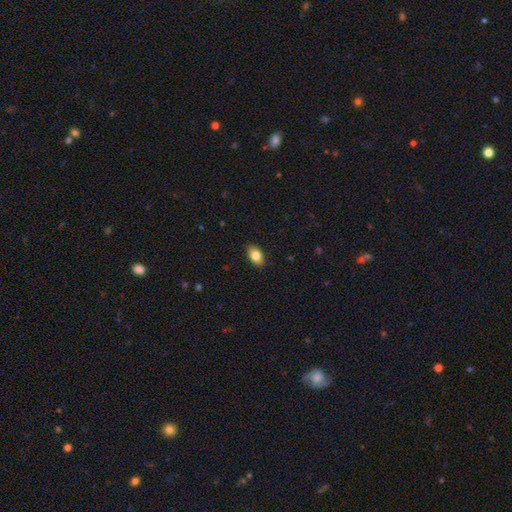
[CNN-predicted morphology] A smooth galaxy with no disk features (83%) that is in between round and cigar-shaped (90%).

Vote fractions:
- Smooth or featured? smooth: 83% / featured or disk: 9% / star or artifact: 8%
- How rounded? in between: 90% / round: 9% / cigar-shaped: 2%
- Merging? none: 88% / minor disturbance: 9% / major disturbance: 2% / merger: 1%